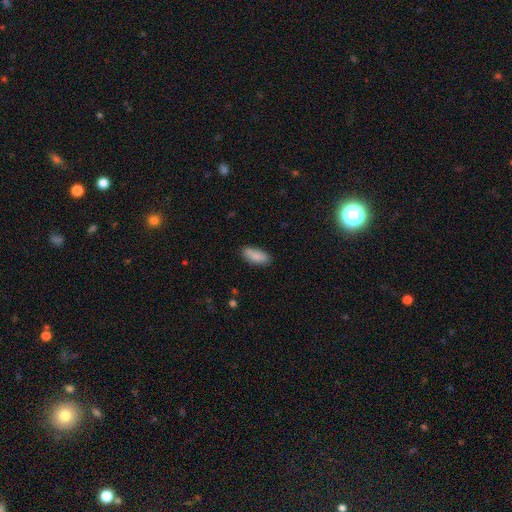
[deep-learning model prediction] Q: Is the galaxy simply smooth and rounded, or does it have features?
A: smooth — 88%.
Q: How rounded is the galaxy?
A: in between — 80%.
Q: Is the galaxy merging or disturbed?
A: none — 83%.